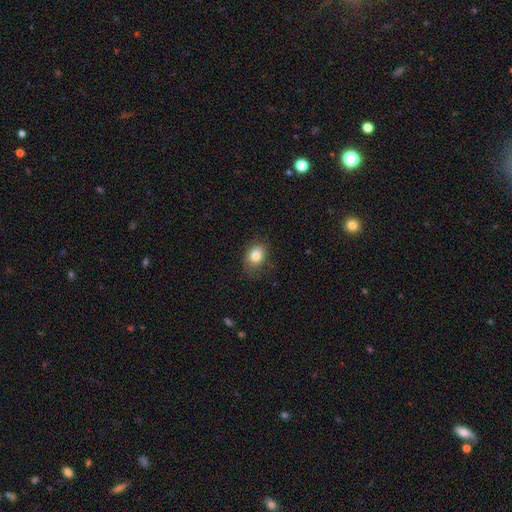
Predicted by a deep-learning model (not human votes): Smooth or featured: smooth — 82% (star or artifact — 9%)
How rounded: in between — 72% (round — 27%)
Merging: none — 71% (minor disturbance — 21%)